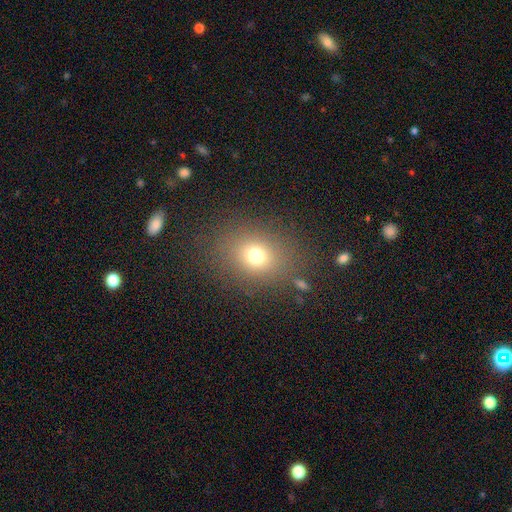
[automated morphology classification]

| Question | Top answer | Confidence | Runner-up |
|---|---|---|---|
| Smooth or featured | smooth | 71% | star or artifact (18%) |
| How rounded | round | 62% | in between (37%) |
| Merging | none | 80% | minor disturbance (10%) |